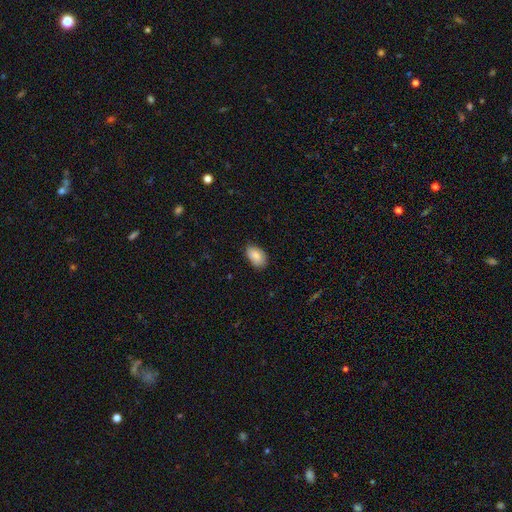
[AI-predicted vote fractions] Smooth or featured? smooth (84%)
How rounded? in between (91%)
Merging? none (76%)